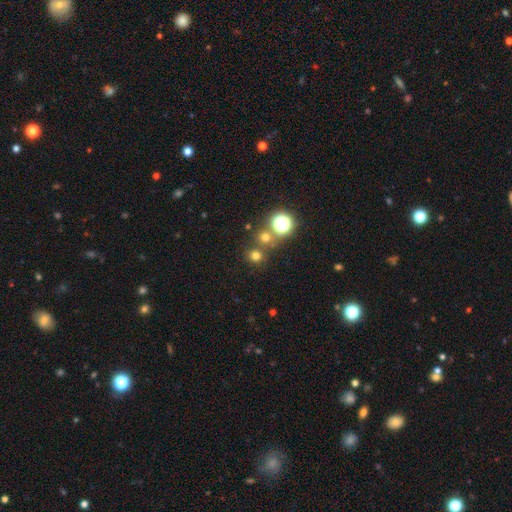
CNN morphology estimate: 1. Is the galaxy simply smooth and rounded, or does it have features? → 67% smooth, 26% star or artifact, 7% featured or disk.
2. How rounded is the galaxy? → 90% round, 9% in between, 1% cigar-shaped.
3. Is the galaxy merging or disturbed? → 73% none, 17% merger, 7% minor disturbance, 3% major disturbance.